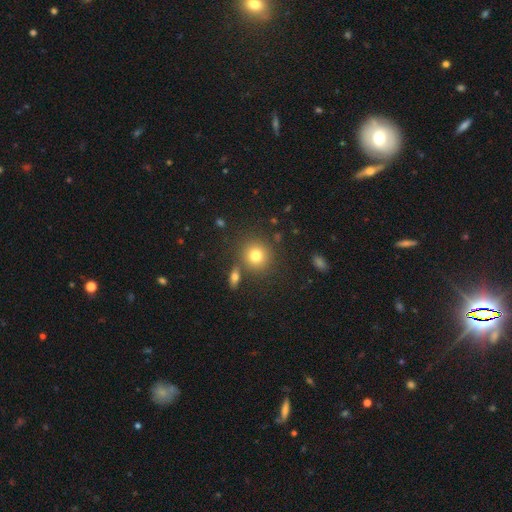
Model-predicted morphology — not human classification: smooth-or-featured: smooth: 78% | star or artifact: 12% | featured or disk: 10%
  how-rounded: round: 89% | in between: 10% | cigar-shaped: 1%
  merging: none: 78% | merger: 10% | minor disturbance: 9% | major disturbance: 3%